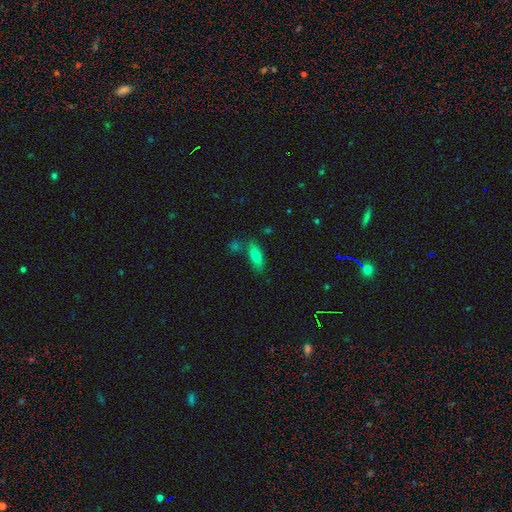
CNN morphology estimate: A smooth galaxy with no disk features (76%) that is in between round and cigar-shaped (71%). Merging: none (68%).